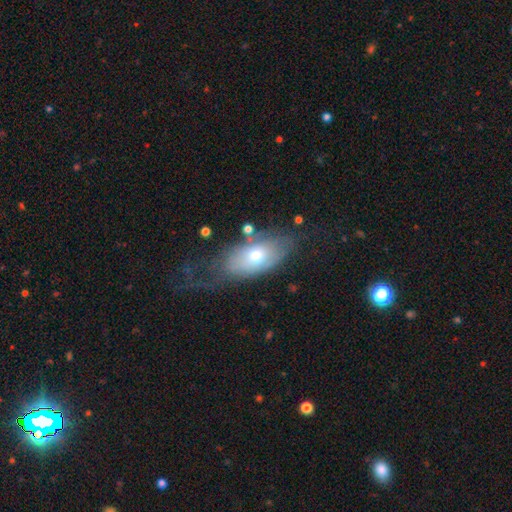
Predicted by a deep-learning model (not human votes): Smooth or featured? Predicted: smooth (p=0.51). How rounded? Predicted: in between (p=0.88). Merging? Predicted: none (p=0.40).